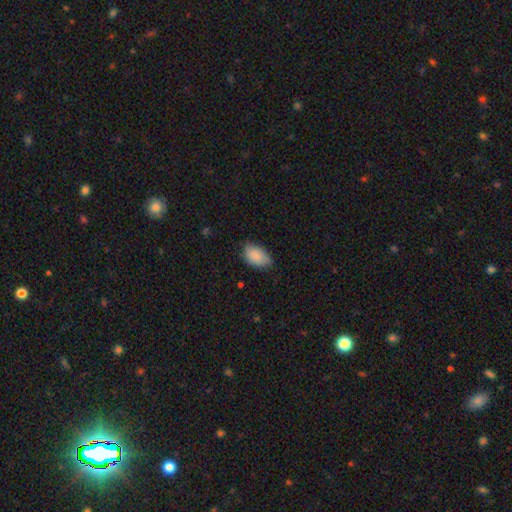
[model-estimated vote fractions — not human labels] Overall: smooth (86%). How rounded: in between (92%). Merging: none (63%; minor disturbance 31%).